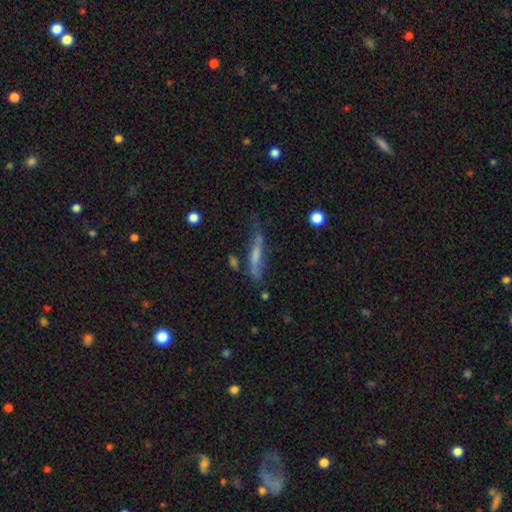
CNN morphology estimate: Smooth or featured? Predicted: featured or disk (p=0.49). Merging? Predicted: none (p=0.50).